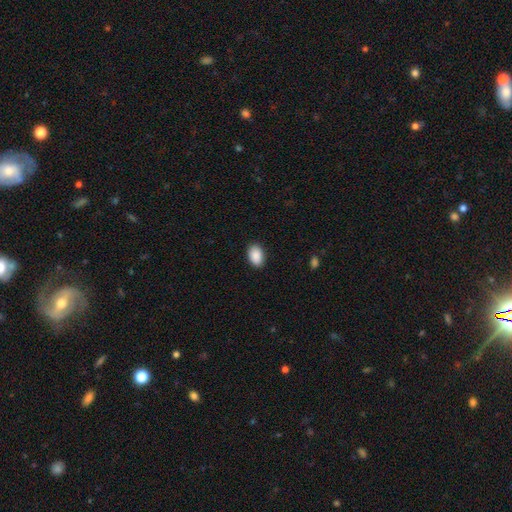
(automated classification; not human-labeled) The model was most divided on "how rounded": in between: 89%, round: 10%, cigar-shaped: 1%. More confident: smooth or featured — smooth (90%); merging — none (89%).